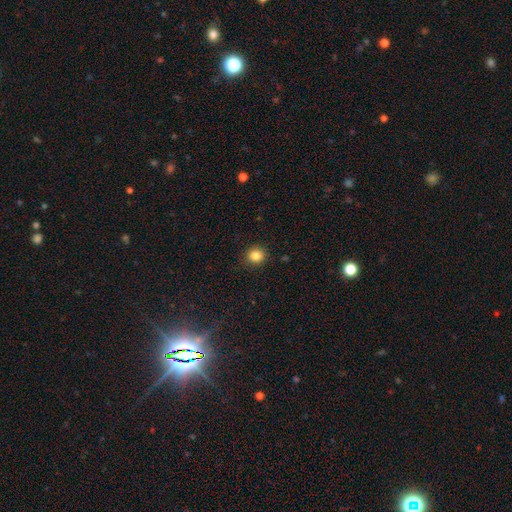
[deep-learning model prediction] This appears to be a smooth galaxy with no disk features (84%) that is round (87%). Merging: none (90%).